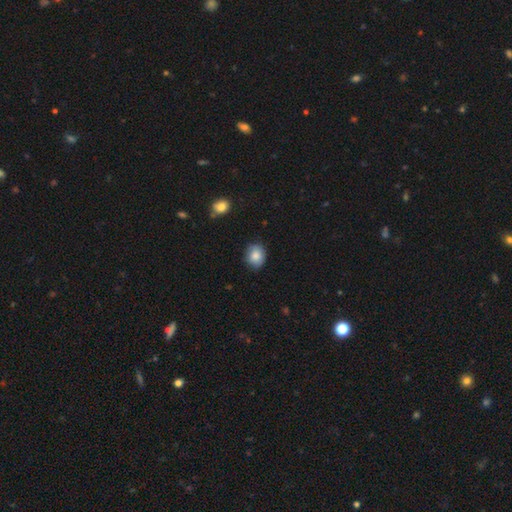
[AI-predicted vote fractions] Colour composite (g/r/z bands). It shows a smooth galaxy with no disk features (85%) that is round (58%). Merging: none (84%).